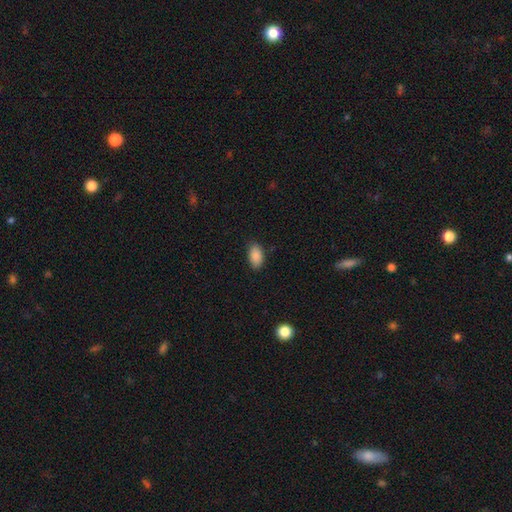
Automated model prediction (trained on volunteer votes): Smooth or featured? smooth (89%)
How rounded? in between (93%)
Merging? none (85%)